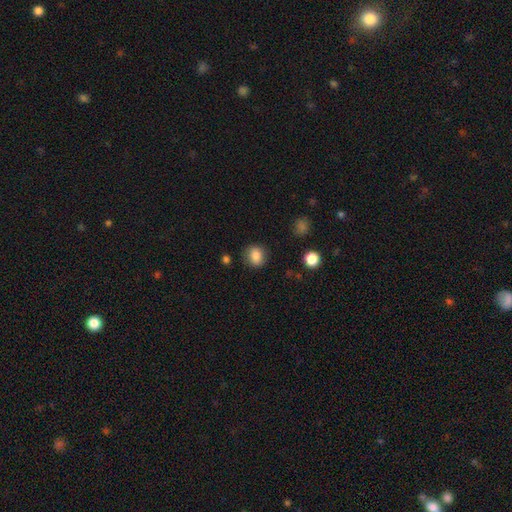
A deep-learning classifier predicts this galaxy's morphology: smooth-or-featured: smooth: 85% | star or artifact: 10% | featured or disk: 6%
  how-rounded: round: 67% | in between: 32% | cigar-shaped: 1%
  merging: none: 83% | minor disturbance: 12% | major disturbance: 3% | merger: 2%